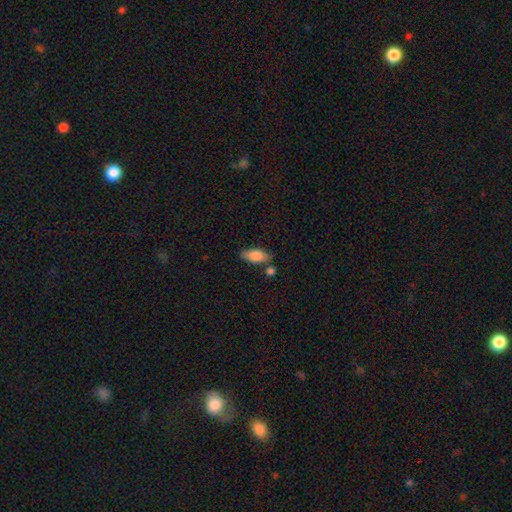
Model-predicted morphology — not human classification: A smooth galaxy with no disk features (81%) that is in between round and cigar-shaped (84%). Merging: none (69%).